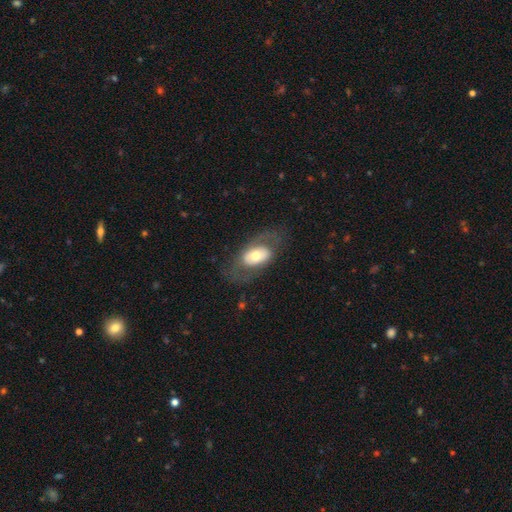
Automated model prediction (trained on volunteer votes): Morphology: type=smooth (48%); merging=none (68%).